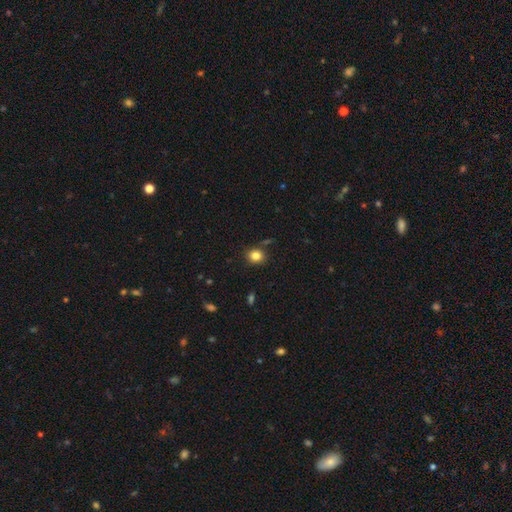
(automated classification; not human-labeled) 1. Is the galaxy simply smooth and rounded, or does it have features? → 83% smooth, 12% star or artifact, 6% featured or disk.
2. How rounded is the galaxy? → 75% round, 24% in between, 1% cigar-shaped.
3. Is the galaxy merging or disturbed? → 84% none, 10% minor disturbance, 4% merger, 3% major disturbance.